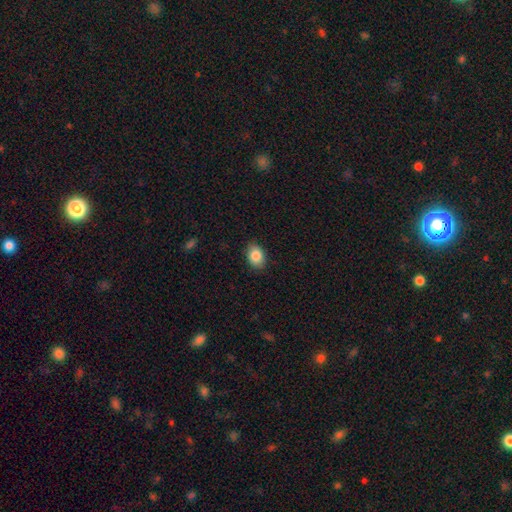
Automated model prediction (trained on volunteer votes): Overall: smooth (86%). How rounded: in between (77%). Merging: none (86%).